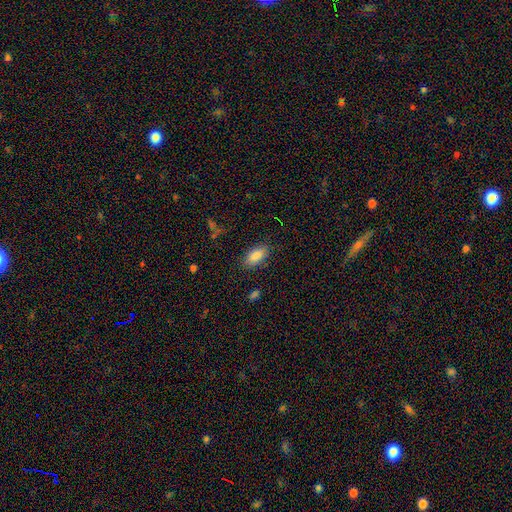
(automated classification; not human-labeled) This is clearly a smooth galaxy (86%). How rounded: clearly in between (91%). Merging: clearly none (85%).